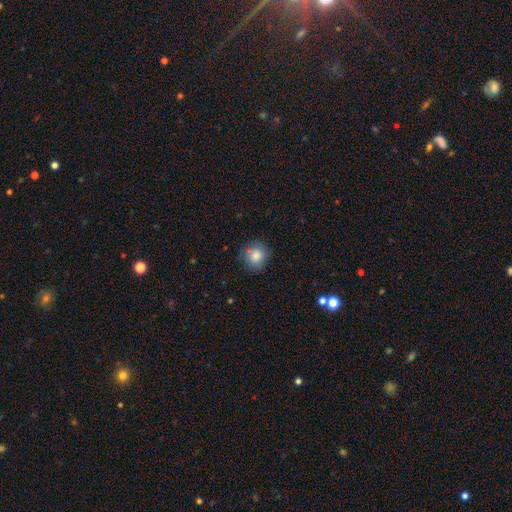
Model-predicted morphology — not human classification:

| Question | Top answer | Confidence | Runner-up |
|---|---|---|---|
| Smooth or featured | smooth | 84% | star or artifact (9%) |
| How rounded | round | 89% | in between (10%) |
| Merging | none | 79% | minor disturbance (16%) |